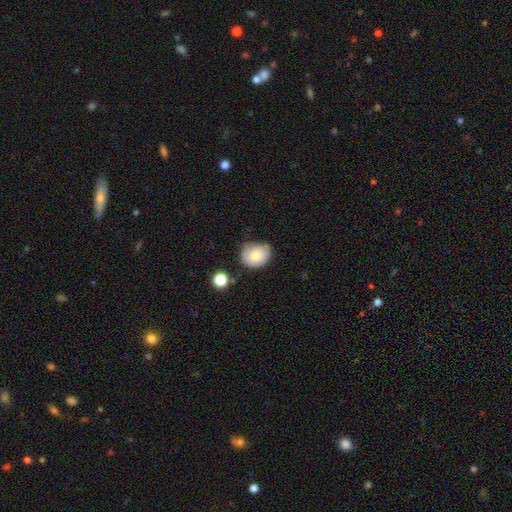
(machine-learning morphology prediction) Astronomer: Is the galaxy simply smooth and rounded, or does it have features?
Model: smooth — 77%.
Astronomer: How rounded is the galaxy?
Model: round — 60% (runner-up: in between, 39%).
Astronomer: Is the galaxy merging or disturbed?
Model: none — 59%.